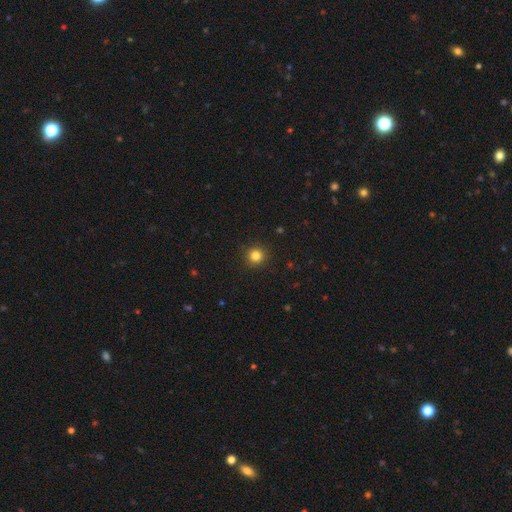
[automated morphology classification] smooth_or_featured: smooth (p=0.83) [alt: star or artifact p=0.12]
how_rounded: round (p=0.94) [alt: in between p=0.05]
merging: none (p=0.92) [alt: minor disturbance p=0.05]